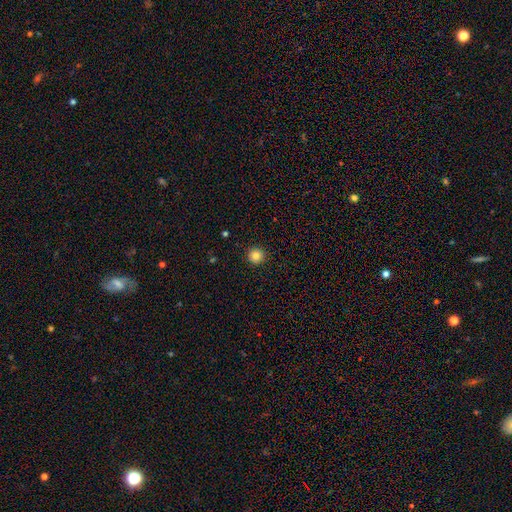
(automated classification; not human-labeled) smooth-or-featured: smooth: 83% | star or artifact: 11% | featured or disk: 5%
  how-rounded: round: 96% | in between: 3% | cigar-shaped: 1%
  merging: none: 93% | minor disturbance: 5% | major disturbance: 2% | merger: 1%